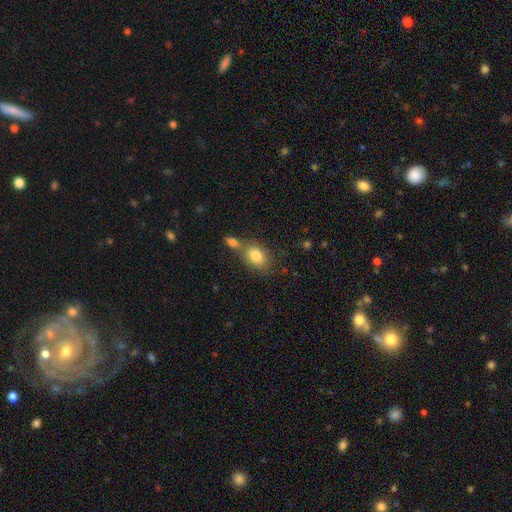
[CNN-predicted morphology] smooth-or-featured: smooth: 82% | featured or disk: 10% | star or artifact: 8%
  how-rounded: in between: 74% | round: 25% | cigar-shaped: 1%
  merging: none: 50% | merger: 34% | minor disturbance: 12% | major disturbance: 4%